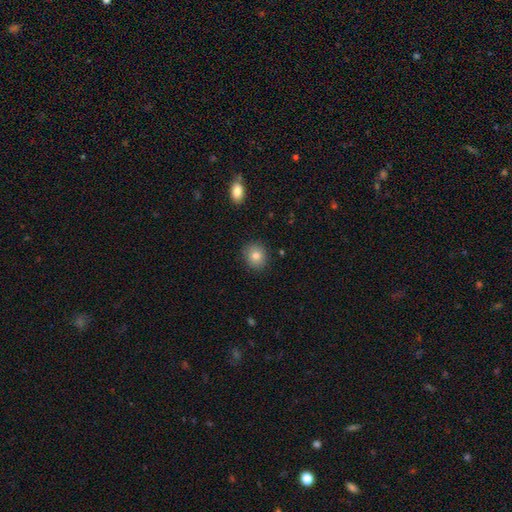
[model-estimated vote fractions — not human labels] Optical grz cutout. It shows a smooth galaxy with no disk features (80%) that is round (78%). Merging: none (88%).